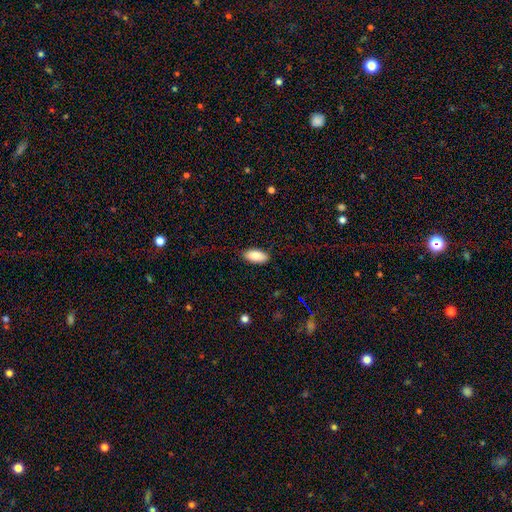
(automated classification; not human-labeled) Smooth or featured: smooth — 89% (star or artifact — 6%)
How rounded: in between — 92% (cigar-shaped — 6%)
Merging: none — 86% (minor disturbance — 11%)